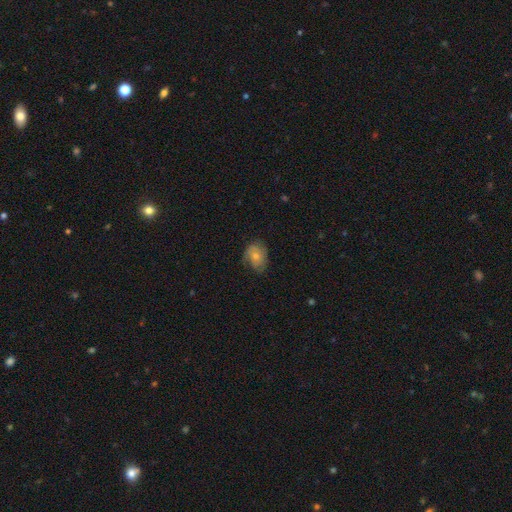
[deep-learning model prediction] Smooth or featured? smooth (60%)
How rounded? in between (66%)
Merging? none (62%)